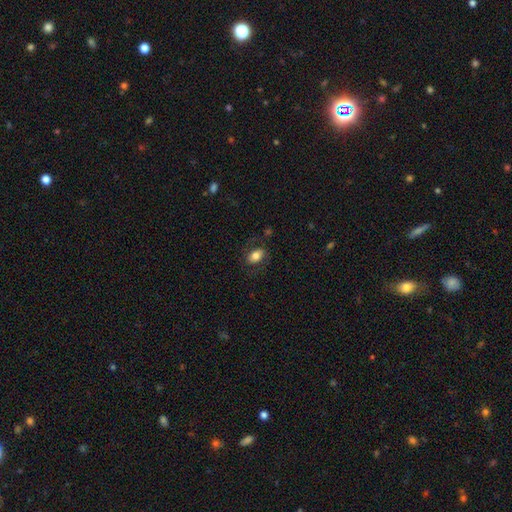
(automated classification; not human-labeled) Smooth or featured? Predicted: smooth (p=0.74). How rounded? Predicted: in between (p=0.87). Merging? Predicted: none (p=0.74).